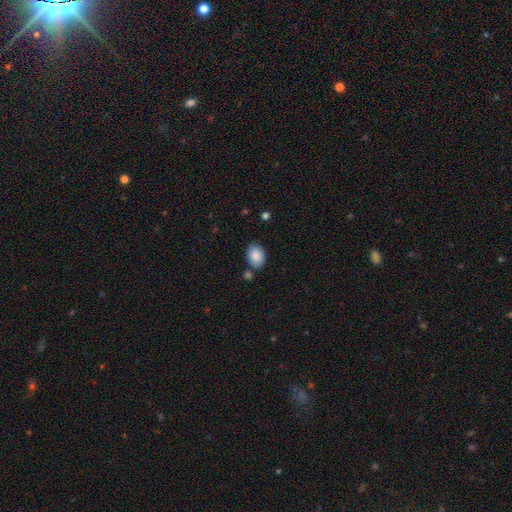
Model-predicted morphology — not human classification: This is clearly a smooth galaxy (87%). How rounded: likely in between (73%). Merging: likely none (72%).